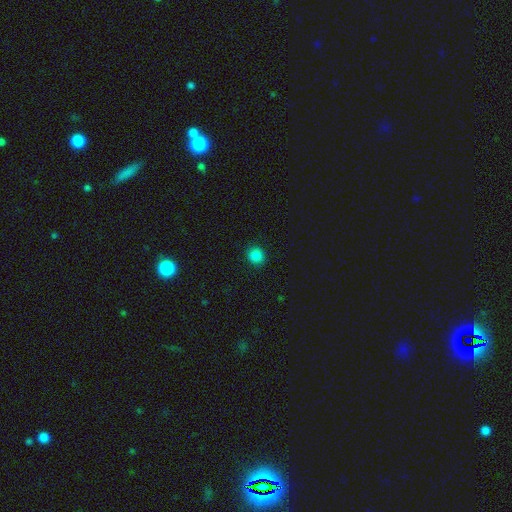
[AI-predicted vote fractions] Morphology: type=smooth (84%); roundness=round (81%); merging=none (91%).